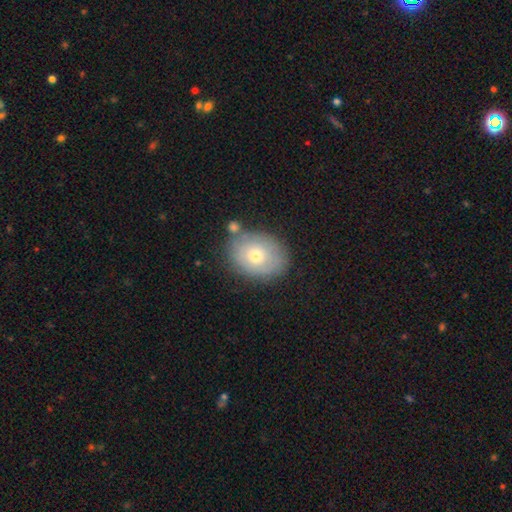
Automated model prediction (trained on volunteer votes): smooth-or-featured: smooth: 63% | featured or disk: 29% | star or artifact: 8%
  how-rounded: in between: 56% | round: 43% | cigar-shaped: 1%
  merging: none: 69% | minor disturbance: 17% | merger: 9% | major disturbance: 5%